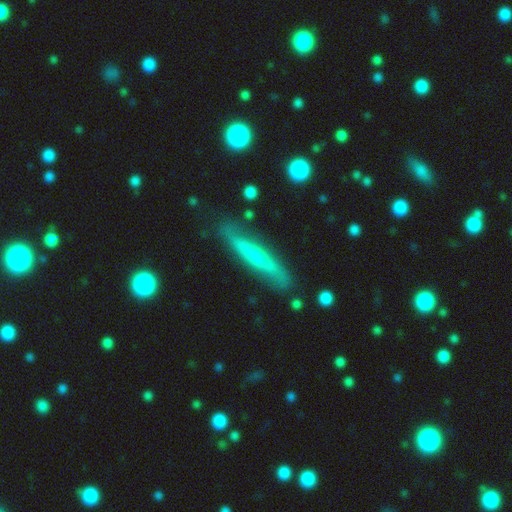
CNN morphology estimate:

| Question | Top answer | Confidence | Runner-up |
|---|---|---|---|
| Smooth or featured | featured or disk | 54% | smooth (40%) |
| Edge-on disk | yes | 79% | no (21%) |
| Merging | none | 77% | minor disturbance (17%) |